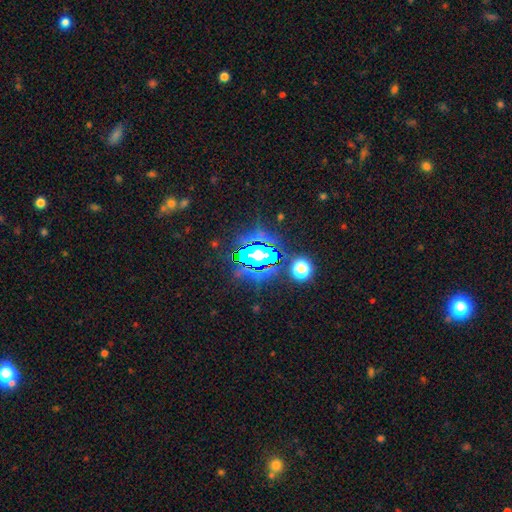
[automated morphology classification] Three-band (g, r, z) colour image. It shows a star or artifact, not a galaxy (80%).